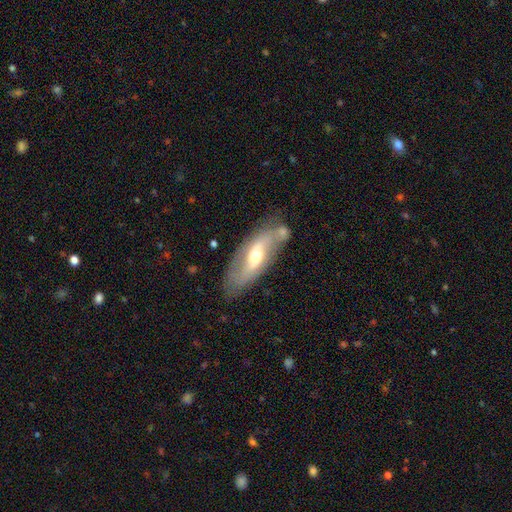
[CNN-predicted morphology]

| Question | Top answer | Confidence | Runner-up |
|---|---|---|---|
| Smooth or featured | featured or disk | 68% | smooth (26%) |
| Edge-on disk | no | 82% | yes (18%) |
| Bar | weak | 37% | no (34%) |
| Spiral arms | yes | 71% | no (29%) |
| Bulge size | moderate | 65% | small (28%) |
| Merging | none | 67% | minor disturbance (19%) |